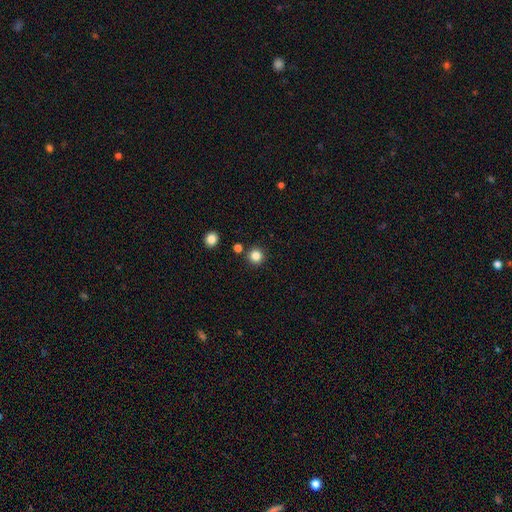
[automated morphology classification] Q: Smooth or featured?
A: smooth (84%); runner-up: star or artifact (12%)
Q: How rounded?
A: round (94%); runner-up: in between (5%)
Q: Merging?
A: none (88%); runner-up: minor disturbance (6%)